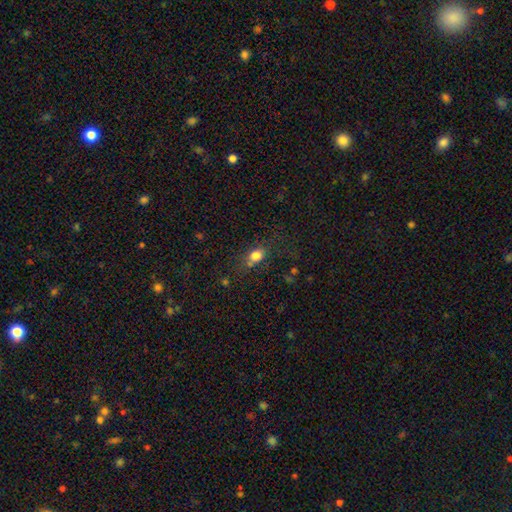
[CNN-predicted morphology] type=smooth (79%); roundness=in between (55%); merging=none (62%).